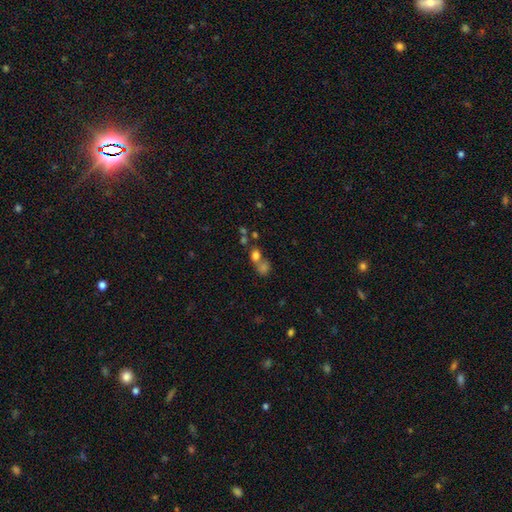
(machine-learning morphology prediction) Smooth or featured? smooth (73%)
How rounded? round (63%)
Merging? merger (52%)